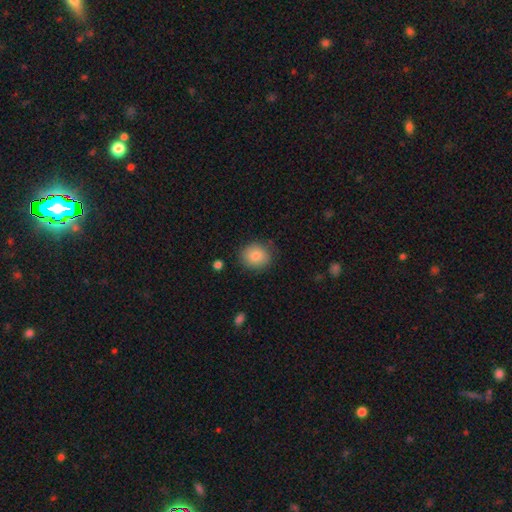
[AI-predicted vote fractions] smooth 83%, featured or disk 8%, star or artifact 8%. Down the decision tree: how rounded — round (76%); merging — none (82%).